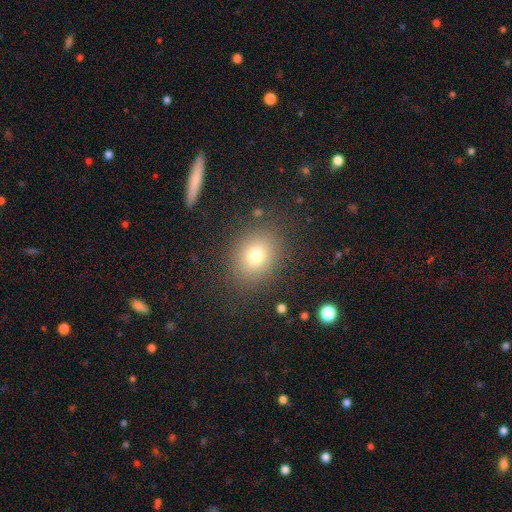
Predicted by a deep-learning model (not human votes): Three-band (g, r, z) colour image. It shows a smooth galaxy with no disk features (74%) that is round (62%). Merging: none (85%).